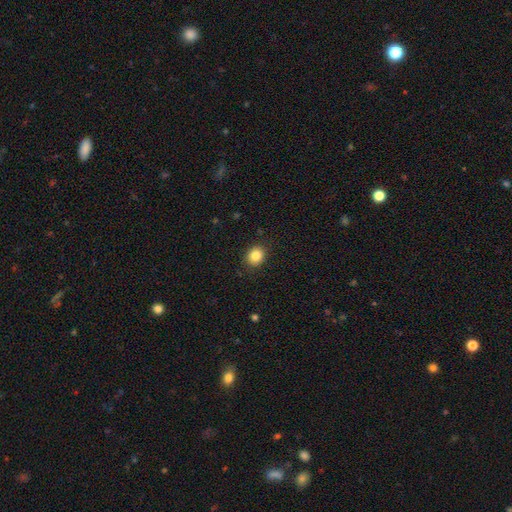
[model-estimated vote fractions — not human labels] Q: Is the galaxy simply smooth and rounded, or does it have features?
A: smooth — 84%.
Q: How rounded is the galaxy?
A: round — 60%.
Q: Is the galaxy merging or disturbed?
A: none — 88%.